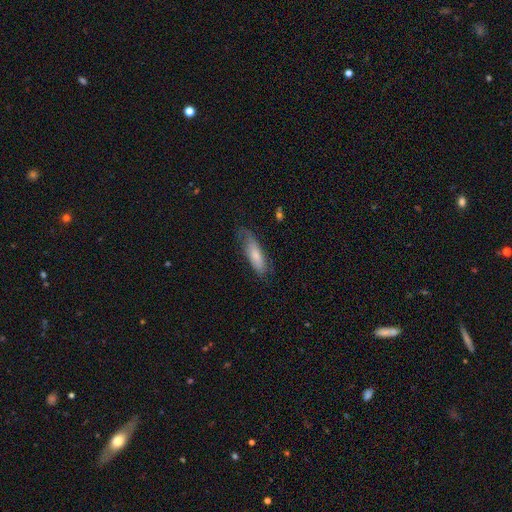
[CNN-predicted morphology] This appears to be a smooth galaxy with no disk features (62%) that is in between round and cigar-shaped (51%). Merging: none (57%).